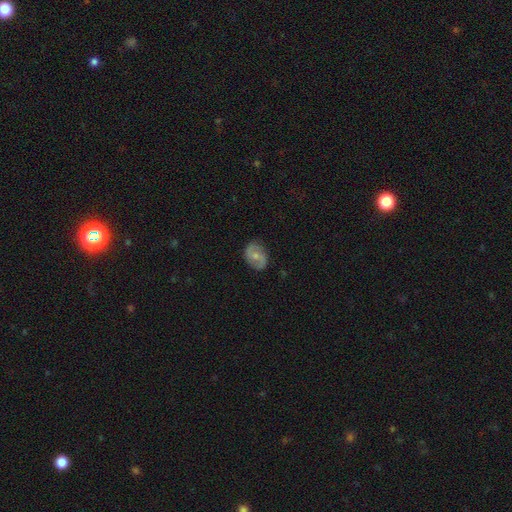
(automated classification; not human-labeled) This appears to be a featured or disk galaxy (62%) with no bar (48%), 2 (88%) medium (47%) spiral arms (88%) and a moderate central bulge (47%). Merging: none (81%).